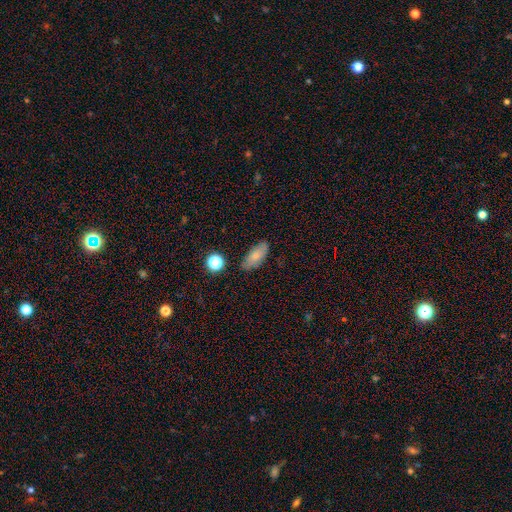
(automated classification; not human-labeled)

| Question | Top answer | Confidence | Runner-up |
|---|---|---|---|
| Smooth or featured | smooth | 76% | featured or disk (15%) |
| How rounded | in between | 82% | cigar-shaped (14%) |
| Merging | none | 80% | minor disturbance (15%) |